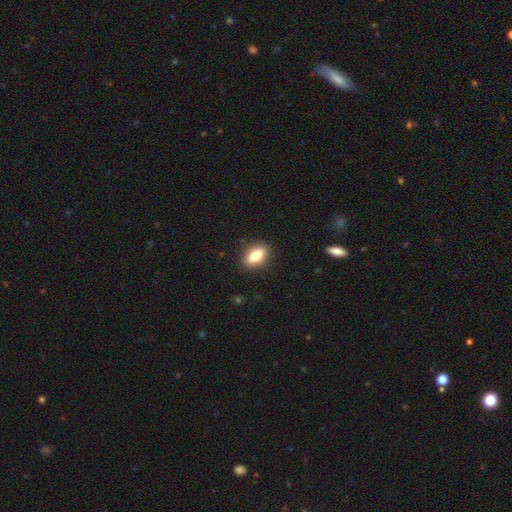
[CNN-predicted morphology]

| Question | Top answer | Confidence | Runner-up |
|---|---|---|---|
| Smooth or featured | smooth | 73% | featured or disk (20%) |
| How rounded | in between | 80% | round (11%) |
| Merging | none | 88% | minor disturbance (8%) |